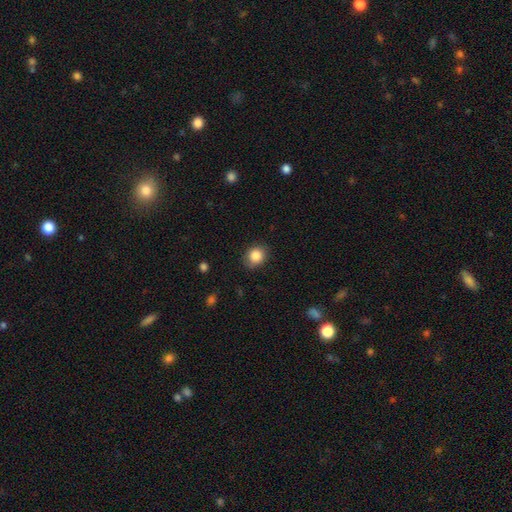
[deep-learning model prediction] smooth-or-featured: smooth: 85% | star or artifact: 9% | featured or disk: 6%
  how-rounded: round: 69% | in between: 30% | cigar-shaped: 1%
  merging: none: 84% | minor disturbance: 13% | major disturbance: 3% | merger: 1%